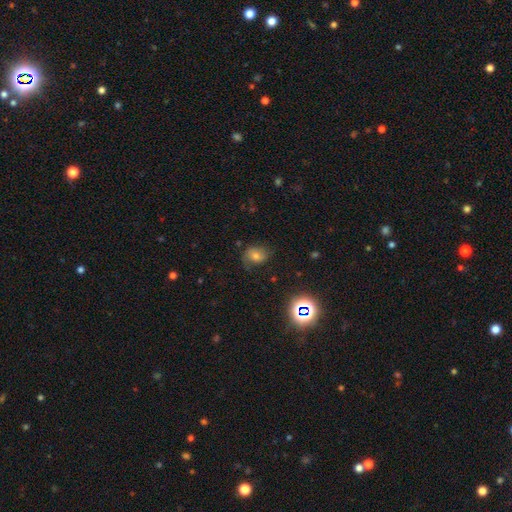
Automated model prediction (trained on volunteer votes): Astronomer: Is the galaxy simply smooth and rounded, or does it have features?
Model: smooth — 51% (runner-up: featured or disk, 30%).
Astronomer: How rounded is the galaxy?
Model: in between — 54% (runner-up: round, 45%).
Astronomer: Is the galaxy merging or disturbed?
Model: none — 60%.